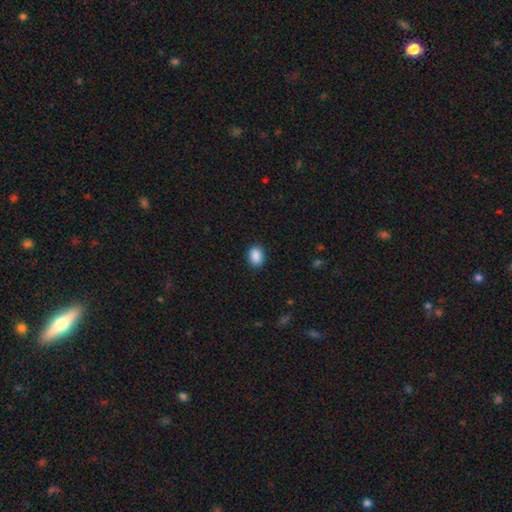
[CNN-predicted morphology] Smooth or featured? smooth (89%)
How rounded? in between (69%)
Merging? none (88%)